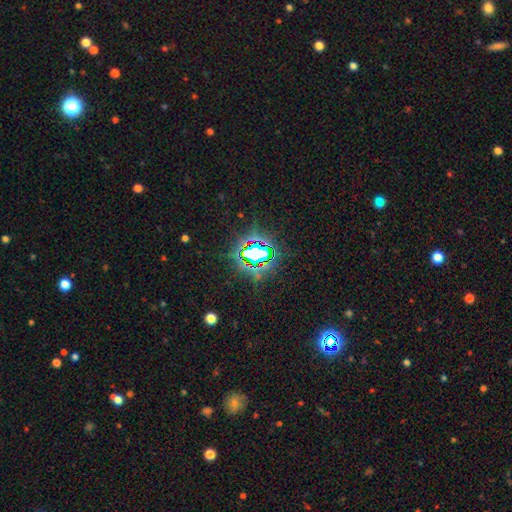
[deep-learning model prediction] Smooth or featured? Predicted: star or artifact (p=0.76).